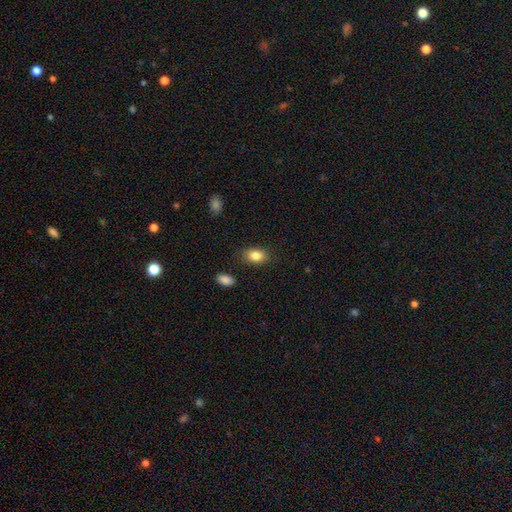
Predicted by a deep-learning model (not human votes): The model was most divided on "how rounded": in between: 84%, round: 15%, cigar-shaped: 1%. More confident: smooth or featured — smooth (85%); merging — none (84%).